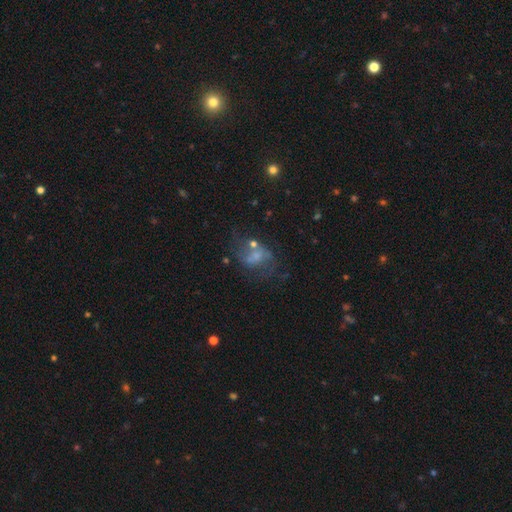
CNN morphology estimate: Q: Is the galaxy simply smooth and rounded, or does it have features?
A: featured or disk — 47%.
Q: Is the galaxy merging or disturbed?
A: none — 41%.